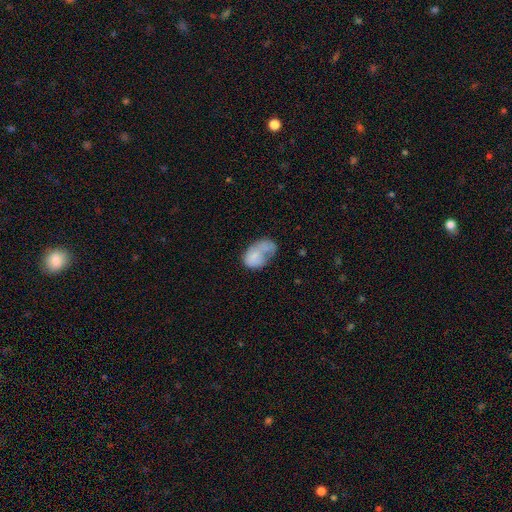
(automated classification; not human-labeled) Q: Smooth or featured?
A: smooth (65%); runner-up: featured or disk (27%)
Q: How rounded?
A: in between (87%); runner-up: round (12%)
Q: Merging?
A: major disturbance (32%); runner-up: minor disturbance (28%)